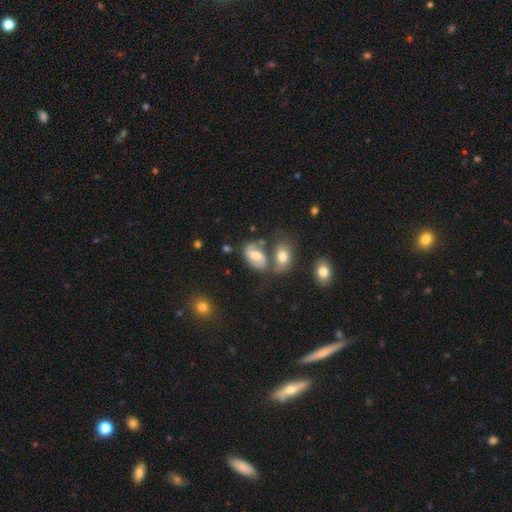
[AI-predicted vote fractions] Smooth or featured?
  - featured or disk: 46% * (tied)
  - smooth: 46% * (tied)
  - star or artifact: 9%
Merging?
  - none: 47% *
  - merger: 26%
  - minor disturbance: 18%
  - major disturbance: 9%